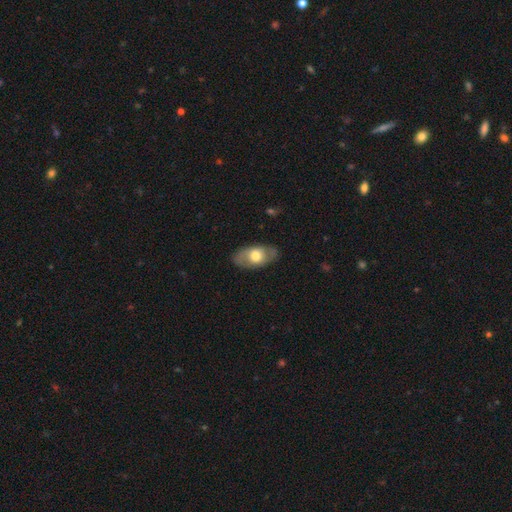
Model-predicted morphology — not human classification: The model was most divided on "smooth or featured": smooth: 51%, featured or disk: 44%, star or artifact: 6%. More confident: how rounded — in between (89%); merging — none (82%).